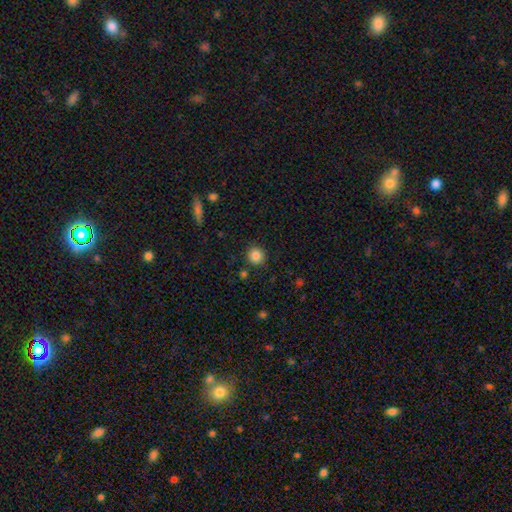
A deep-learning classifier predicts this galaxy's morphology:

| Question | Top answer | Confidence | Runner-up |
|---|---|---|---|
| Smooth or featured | smooth | 85% | star or artifact (10%) |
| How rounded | round | 91% | in between (8%) |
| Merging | none | 88% | minor disturbance (7%) |